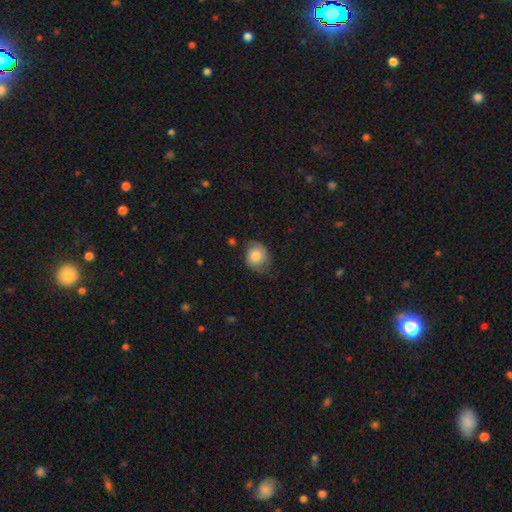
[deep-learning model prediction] Q: Smooth or featured?
A: smooth (74%); runner-up: featured or disk (19%)
Q: How rounded?
A: round (64%); runner-up: in between (35%)
Q: Merging?
A: none (51%); runner-up: minor disturbance (36%)